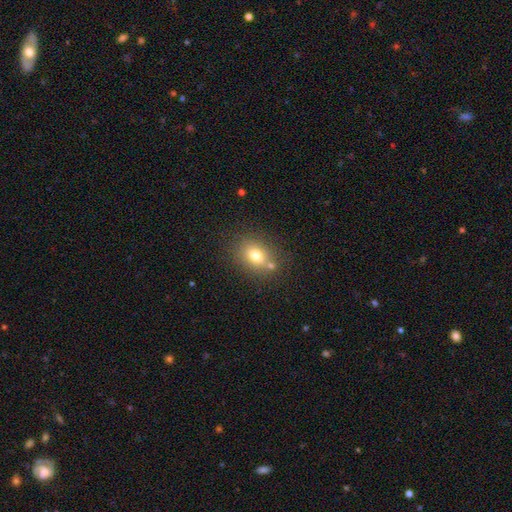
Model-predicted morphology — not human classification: smooth 75%, star or artifact 13%, featured or disk 12%. Down the decision tree: how rounded — in between (51%); merging — none (71%).